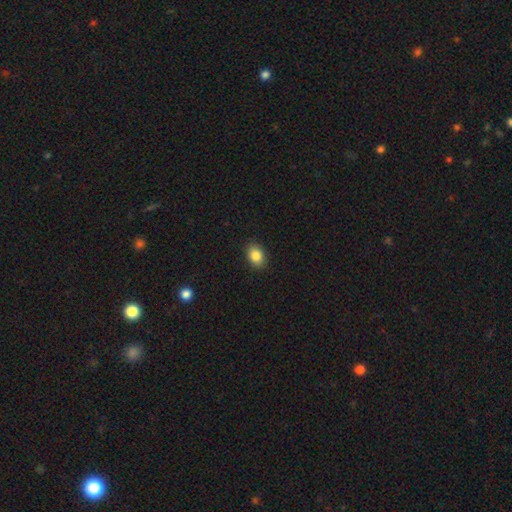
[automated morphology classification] Smooth or featured? smooth (86%)
How rounded? in between (73%)
Merging? none (89%)